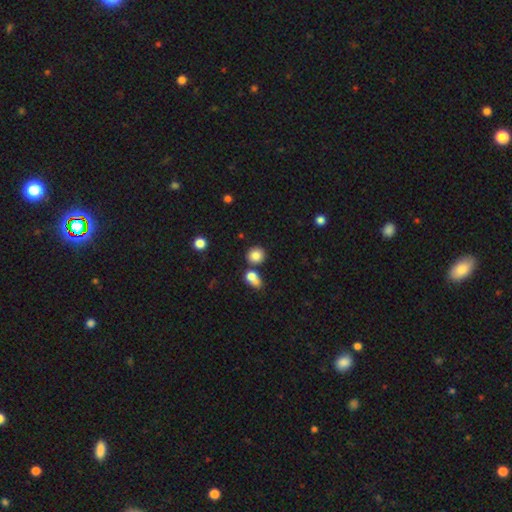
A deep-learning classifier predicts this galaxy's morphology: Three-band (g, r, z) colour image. It shows a smooth galaxy with no disk features (83%) that is round (83%). Merging: none (69%).